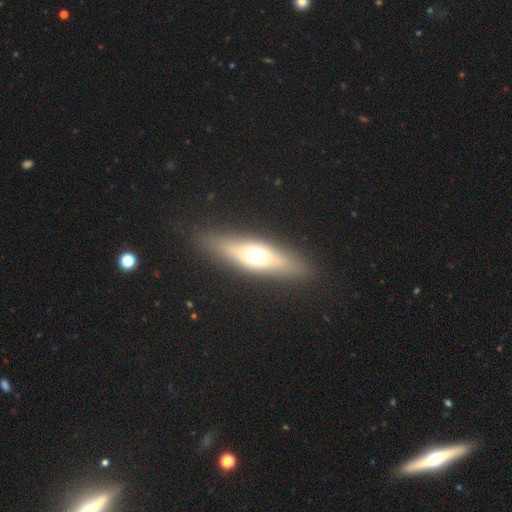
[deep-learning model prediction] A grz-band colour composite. It shows a featured or disk galaxy (47%). Merging: none (88%).